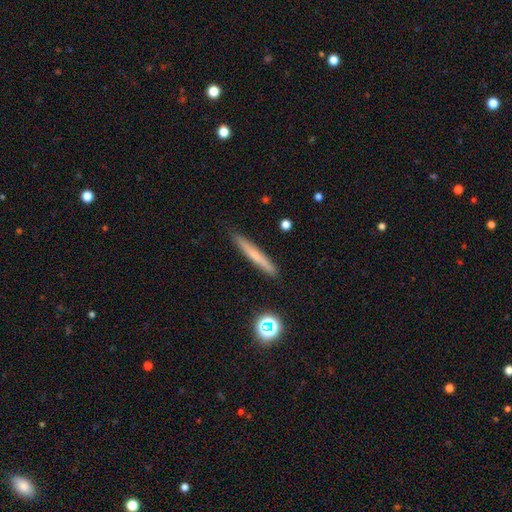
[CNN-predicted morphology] This appears to be a smooth galaxy with no disk features (56%) that is cigar-shaped (95%). Merging: none (89%).